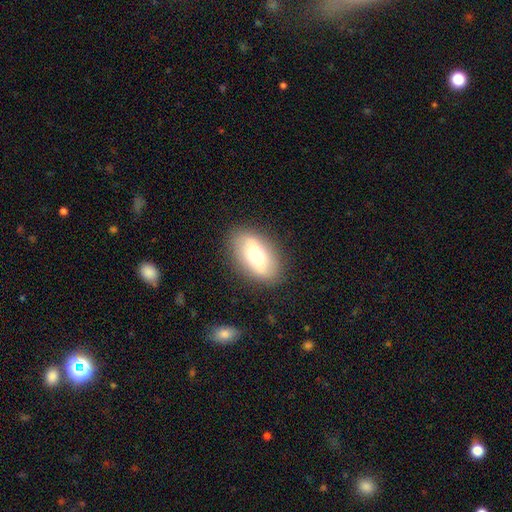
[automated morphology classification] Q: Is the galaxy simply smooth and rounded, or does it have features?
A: smooth — 62%.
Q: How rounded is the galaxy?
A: in between — 88%.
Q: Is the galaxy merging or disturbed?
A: none — 84%.